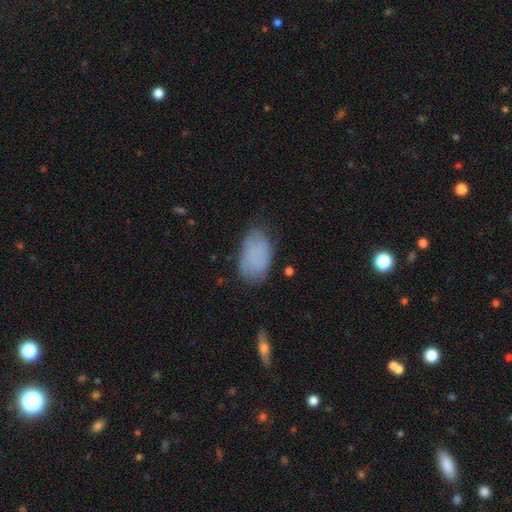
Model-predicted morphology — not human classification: This appears to be a smooth galaxy with no disk features (77%) that is in between round and cigar-shaped (92%). Merging: none (65%).